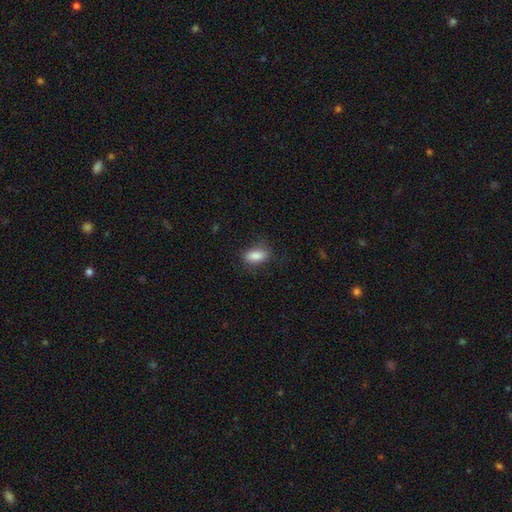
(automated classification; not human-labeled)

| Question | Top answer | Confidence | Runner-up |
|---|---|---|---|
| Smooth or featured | smooth | 85% | star or artifact (8%) |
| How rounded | in between | 86% | cigar-shaped (9%) |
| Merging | none | 74% | minor disturbance (18%) |